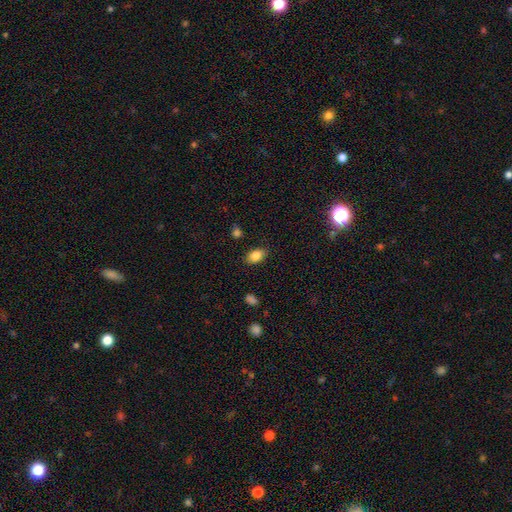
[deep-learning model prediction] This is clearly a smooth galaxy (84%). How rounded: clearly in between (87%). Merging: clearly none (83%).